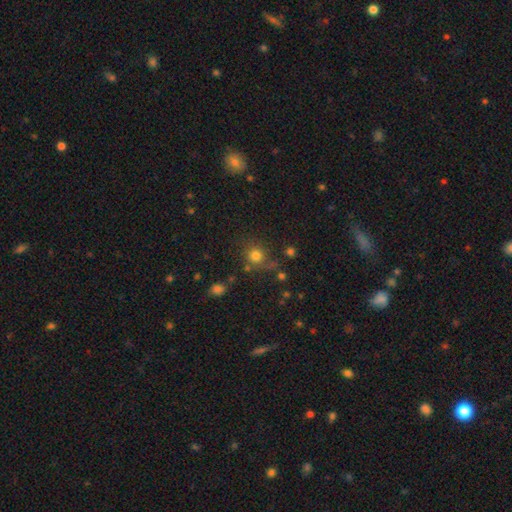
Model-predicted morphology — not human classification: The model was most divided on "merging": none: 68%, minor disturbance: 15%, merger: 9%, major disturbance: 8%. More confident: how rounded — round (87%); smooth or featured — smooth (76%).